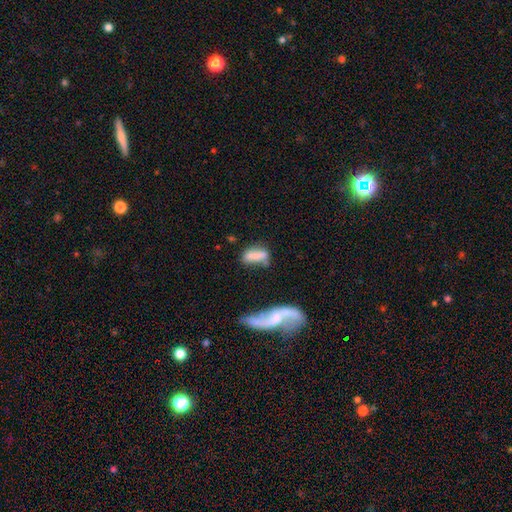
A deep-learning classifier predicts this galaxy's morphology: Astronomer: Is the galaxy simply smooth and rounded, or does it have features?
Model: smooth — 71%.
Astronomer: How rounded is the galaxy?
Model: in between — 66%.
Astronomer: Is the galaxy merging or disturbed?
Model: none — 43% (runner-up: minor disturbance, 25%).